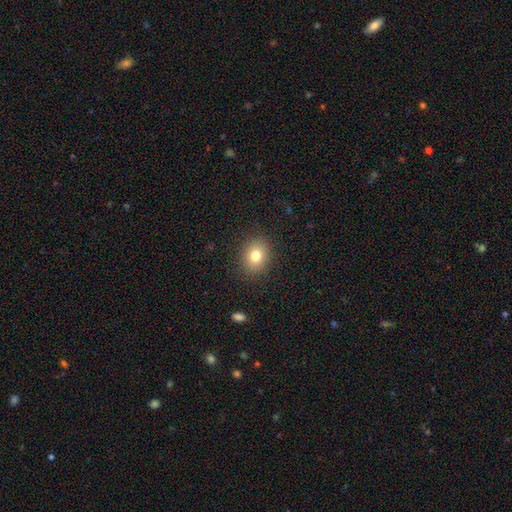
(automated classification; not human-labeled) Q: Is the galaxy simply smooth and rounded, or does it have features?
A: smooth — 79%.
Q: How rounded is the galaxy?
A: round — 58%.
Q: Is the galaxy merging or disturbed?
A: none — 88%.